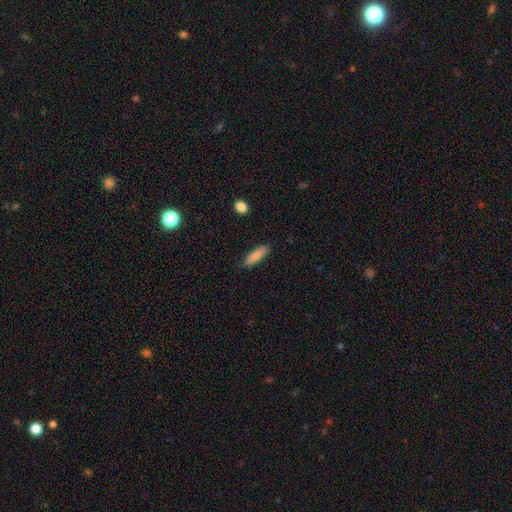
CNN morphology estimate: Q: Smooth or featured?
A: smooth (86%); runner-up: featured or disk (8%)
Q: How rounded?
A: cigar-shaped (55%); runner-up: in between (44%)
Q: Merging?
A: none (86%); runner-up: minor disturbance (11%)